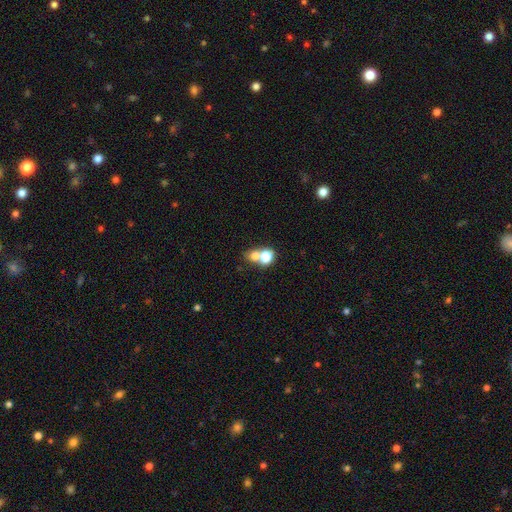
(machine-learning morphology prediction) Q: Smooth or featured?
A: smooth (69%); runner-up: star or artifact (17%)
Q: How rounded?
A: round (67%); runner-up: in between (32%)
Q: Merging?
A: merger (55%); runner-up: none (34%)